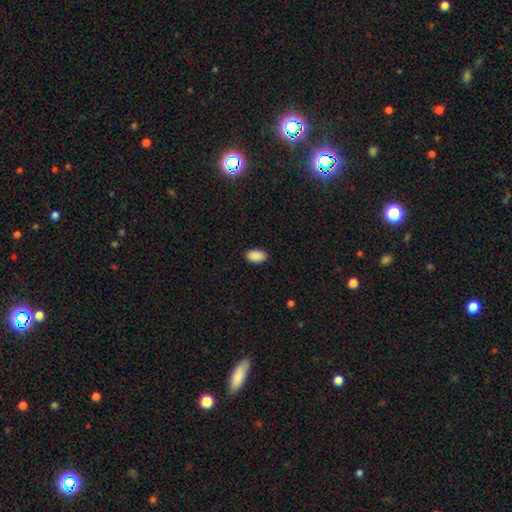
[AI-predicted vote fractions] A smooth galaxy with no disk features (90%) that is in between round and cigar-shaped (93%). Merging: none (89%).